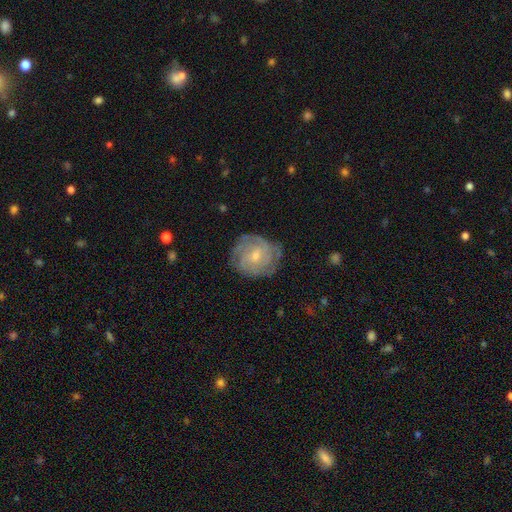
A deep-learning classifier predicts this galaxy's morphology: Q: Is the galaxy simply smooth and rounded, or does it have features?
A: featured or disk — 75%.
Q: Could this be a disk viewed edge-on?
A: no — 98%.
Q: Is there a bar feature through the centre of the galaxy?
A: no — 60%.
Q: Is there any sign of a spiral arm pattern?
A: yes — 91%.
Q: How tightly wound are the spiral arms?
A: tight — 66%.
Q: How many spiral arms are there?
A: can't tell — 40%.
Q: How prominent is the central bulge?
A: small — 56%.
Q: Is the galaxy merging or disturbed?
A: none — 74%.